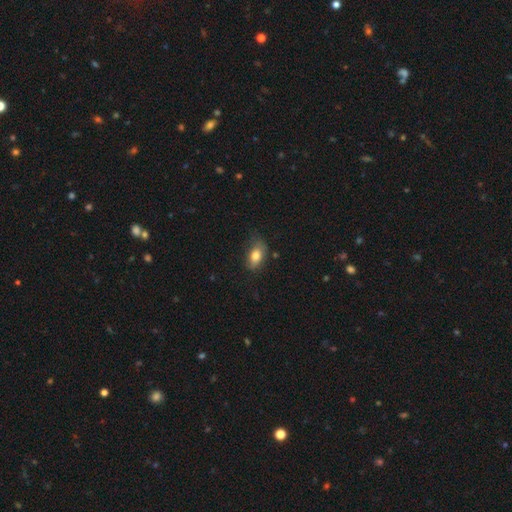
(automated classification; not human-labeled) The model was most divided on "merging": none: 60%, minor disturbance: 30%, major disturbance: 9%, merger: 2%. More confident: how rounded — in between (87%); smooth or featured — smooth (78%).